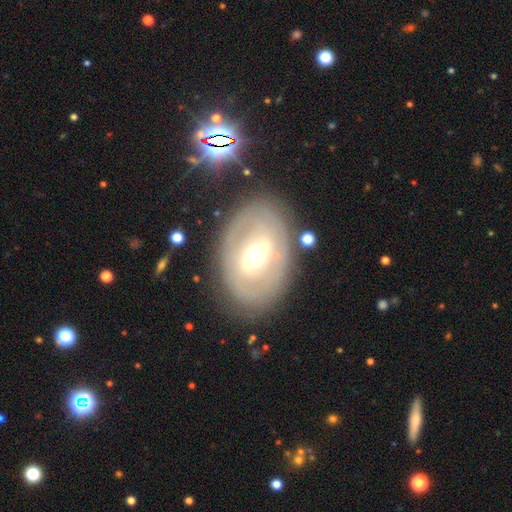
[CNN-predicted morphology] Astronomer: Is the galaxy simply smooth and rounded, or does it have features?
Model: featured or disk — 67%.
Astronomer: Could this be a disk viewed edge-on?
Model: no — 93%.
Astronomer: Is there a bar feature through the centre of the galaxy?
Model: weak — 41% (runner-up: strong, 38%).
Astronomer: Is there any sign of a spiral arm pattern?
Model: no — 58% (runner-up: yes, 42%).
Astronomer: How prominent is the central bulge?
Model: moderate — 65%.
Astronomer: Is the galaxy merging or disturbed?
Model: none — 78%.